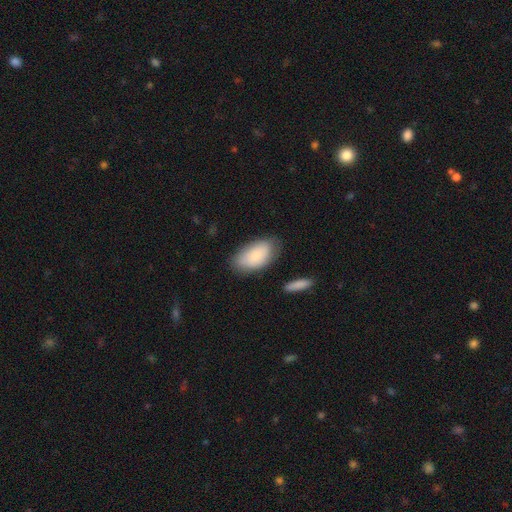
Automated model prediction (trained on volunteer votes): Smooth or featured: smooth — 79% (featured or disk — 15%)
How rounded: in between — 94% (round — 3%)
Merging: none — 72% (minor disturbance — 20%)